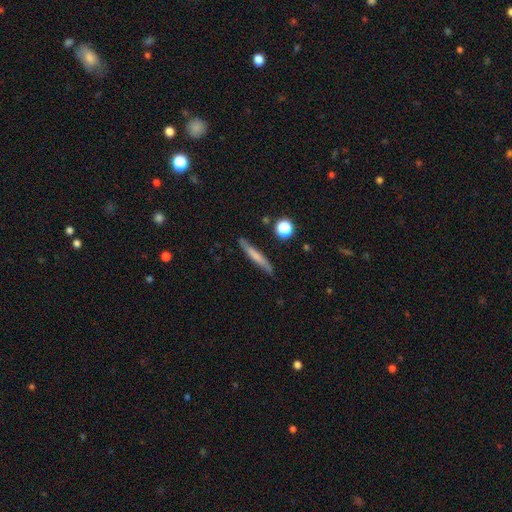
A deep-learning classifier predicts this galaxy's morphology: smooth-or-featured: smooth: 61% | featured or disk: 31% | star or artifact: 7%
  how-rounded: cigar-shaped: 93% | in between: 5% | round: 2%
  merging: none: 84% | minor disturbance: 12% | major disturbance: 2% | merger: 2%